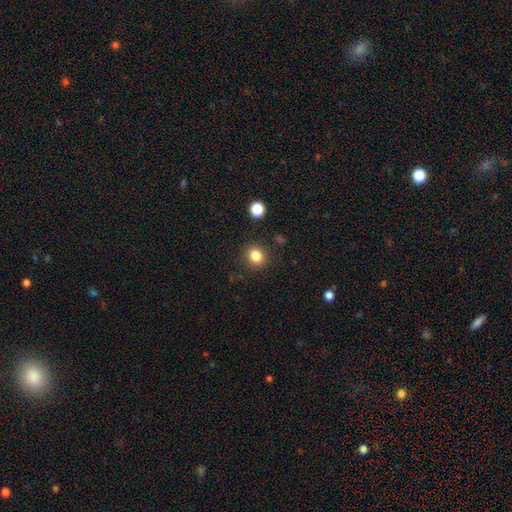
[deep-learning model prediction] Smooth or featured? smooth (83%)
How rounded? round (79%)
Merging? none (88%)